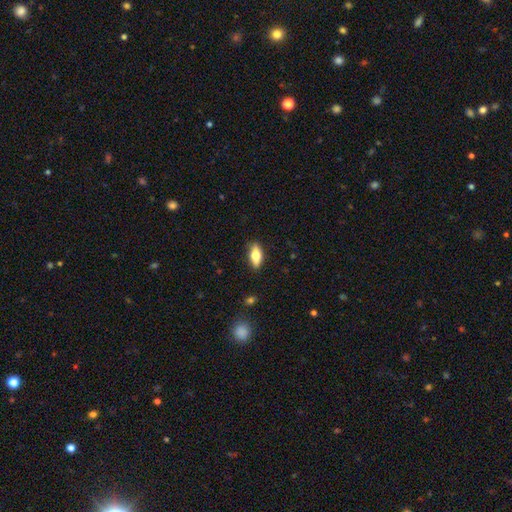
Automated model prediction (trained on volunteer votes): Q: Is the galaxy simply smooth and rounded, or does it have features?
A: smooth — 63%.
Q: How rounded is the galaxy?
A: in between — 78%.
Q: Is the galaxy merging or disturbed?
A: none — 86%.